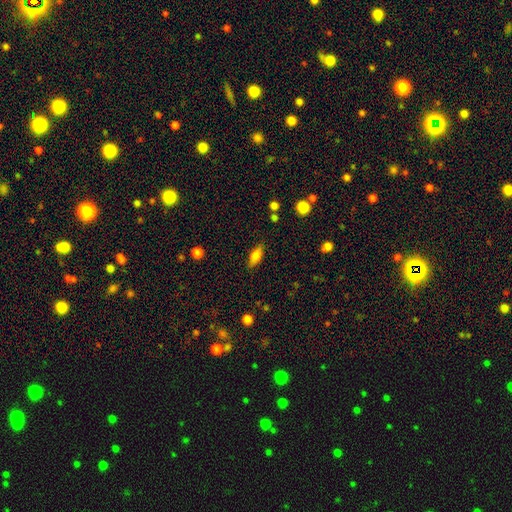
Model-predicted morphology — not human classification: smooth 73%, featured or disk 19%, star or artifact 8%. Down the decision tree: how rounded — in between (72%); merging — none (85%).